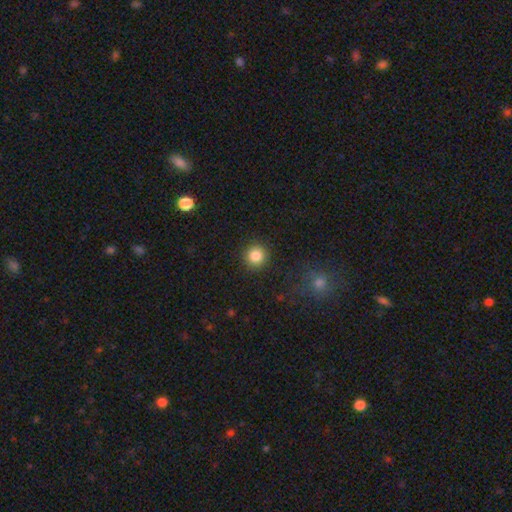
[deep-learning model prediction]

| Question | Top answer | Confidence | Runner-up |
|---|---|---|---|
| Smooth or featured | smooth | 85% | star or artifact (11%) |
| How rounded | round | 93% | in between (6%) |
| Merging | none | 90% | minor disturbance (6%) |